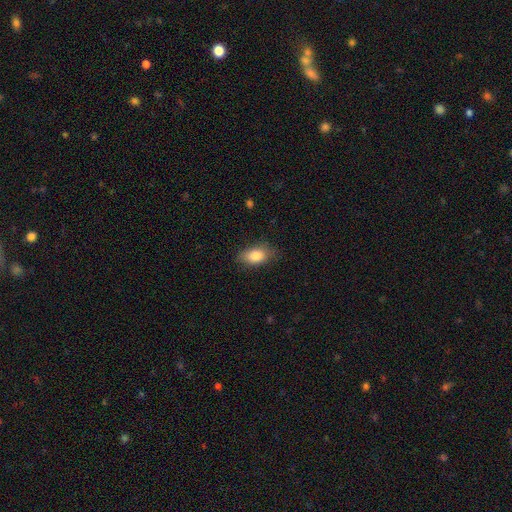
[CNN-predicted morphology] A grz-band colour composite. It shows a smooth galaxy with no disk features (83%) that is in between round and cigar-shaped (87%). Merging: none (77%).